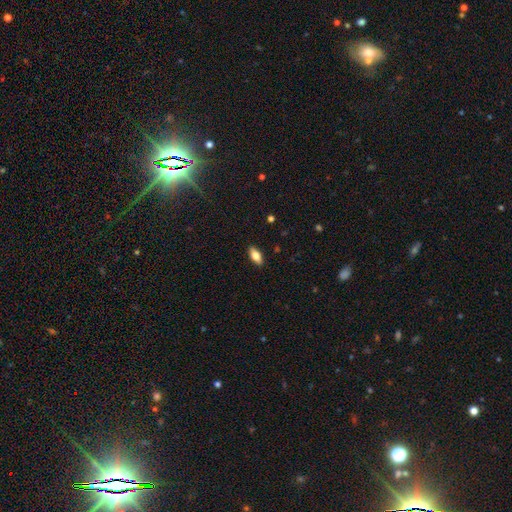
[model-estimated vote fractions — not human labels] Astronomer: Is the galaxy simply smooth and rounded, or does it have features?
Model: smooth — 75%.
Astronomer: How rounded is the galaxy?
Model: in between — 84%.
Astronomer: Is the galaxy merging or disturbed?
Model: none — 89%.